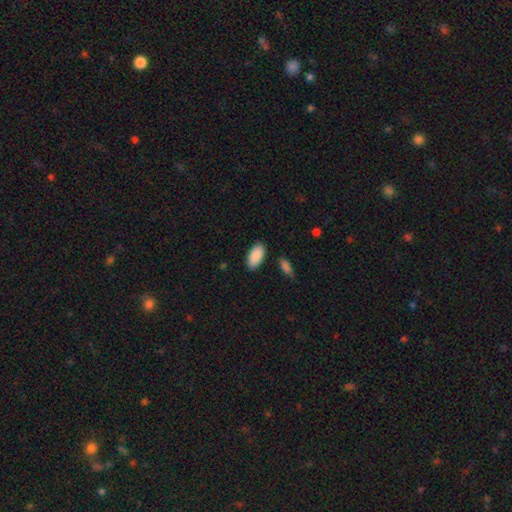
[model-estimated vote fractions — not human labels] smooth-or-featured: smooth: 90% | star or artifact: 6% | featured or disk: 5%
  how-rounded: in between: 94% | cigar-shaped: 4% | round: 2%
  merging: none: 86% | minor disturbance: 10% | merger: 3% | major disturbance: 2%